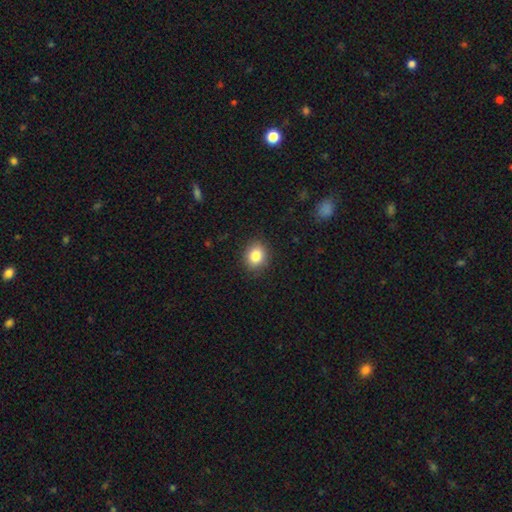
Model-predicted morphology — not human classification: This appears to be a smooth galaxy with no disk features (84%) that is round (57%). Merging: none (88%).